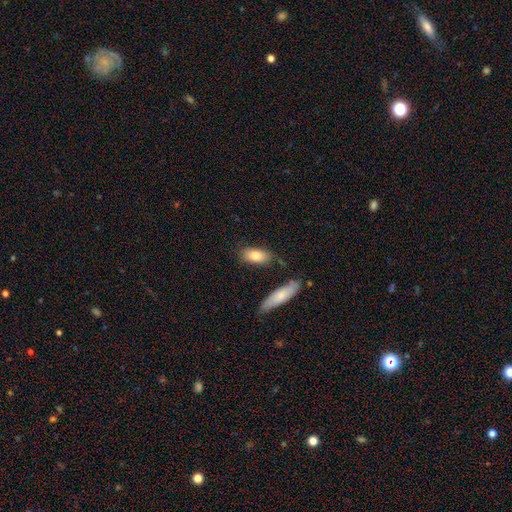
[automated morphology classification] Q: Smooth or featured?
A: smooth (80%); runner-up: featured or disk (13%)
Q: How rounded?
A: in between (84%); runner-up: cigar-shaped (12%)
Q: Merging?
A: none (77%); runner-up: minor disturbance (14%)